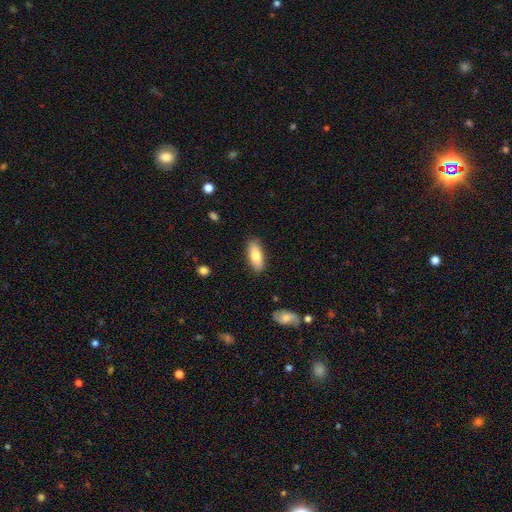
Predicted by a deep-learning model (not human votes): The model was most divided on "how rounded": in between: 78%, cigar-shaped: 20%, round: 2%. More confident: merging — none (86%); smooth or featured — smooth (80%).